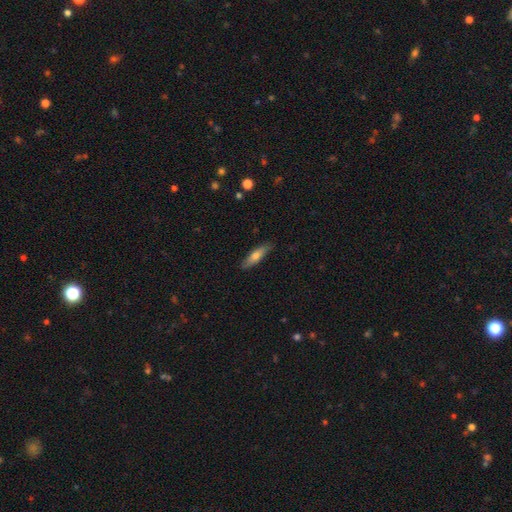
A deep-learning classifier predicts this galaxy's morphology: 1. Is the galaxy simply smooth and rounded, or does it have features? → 65% smooth, 29% featured or disk, 6% star or artifact.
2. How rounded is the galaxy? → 66% cigar-shaped, 32% in between, 2% round.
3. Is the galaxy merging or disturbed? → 84% none, 13% minor disturbance, 2% major disturbance, 1% merger.